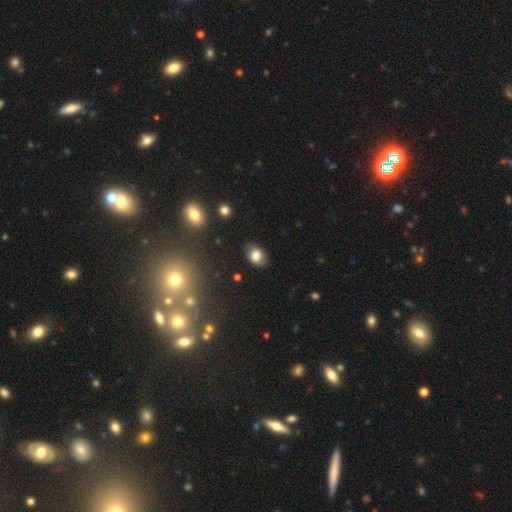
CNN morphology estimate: Q: Smooth or featured?
A: smooth (79%); runner-up: featured or disk (11%)
Q: How rounded?
A: in between (78%); runner-up: round (21%)
Q: Merging?
A: none (84%); runner-up: minor disturbance (12%)